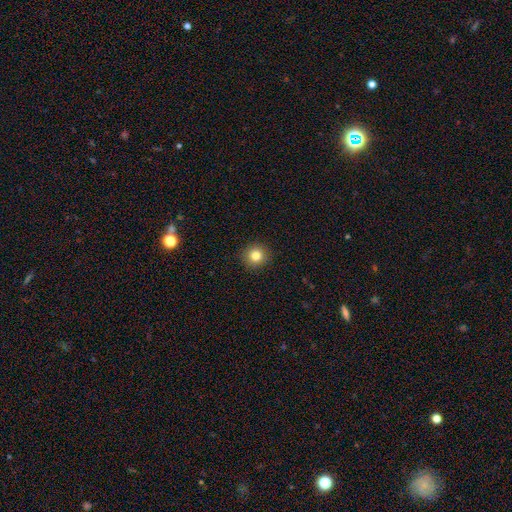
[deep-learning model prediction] Smooth or featured? Predicted: smooth (p=0.82). How rounded? Predicted: round (p=0.93). Merging? Predicted: none (p=0.92).